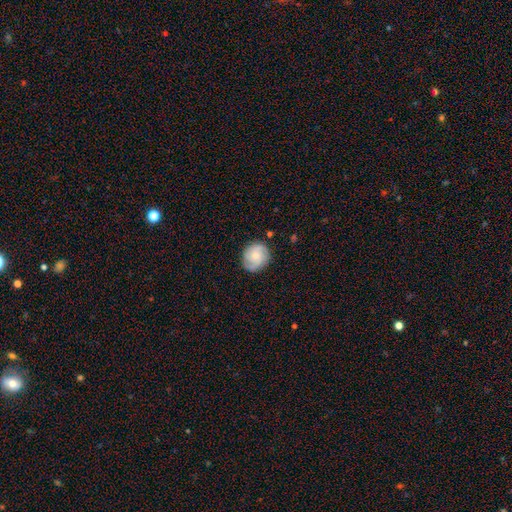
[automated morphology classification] The model was most divided on "spiral winding": tight: 49%, medium: 39%, loose: 12%. Remaining: edge-on disk — no (98%); spiral arms — yes (93%); merging — none (83%); bar — no (74%); smooth or featured — featured or disk (57%); bulge size — small (53%); spiral arm count — 3 (43%).